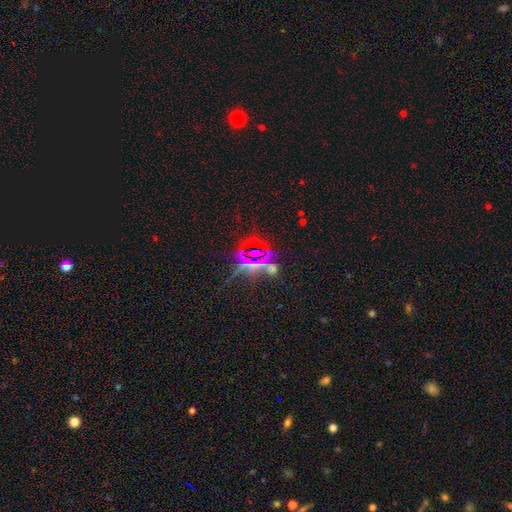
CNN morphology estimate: type=star or artifact (75%).